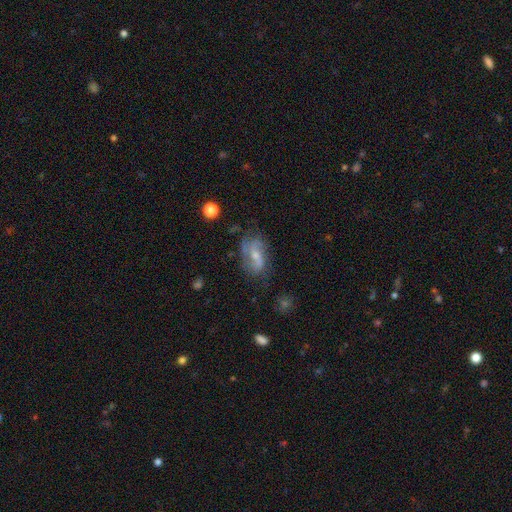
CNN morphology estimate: A featured or disk galaxy (66%) with no bar (44%), 2 (71%) loose (44%) spiral arms (84%) and a moderate central bulge (46%).

Vote fractions:
- Smooth or featured? featured or disk: 66% / smooth: 25% / star or artifact: 9%
- Edge-on disk? no: 95% / yes: 5%
- Bar? no: 44% / weak: 43% / strong: 13%
- Spiral arms? yes: 84% / no: 16%
- Spiral winding? loose: 44% / medium: 39% / tight: 17%
- Spiral arm count? 2: 71% / can't tell: 15% / 3: 5% / 1: 5% / 4: 2% / more than 4: 2%
- Bulge size? moderate: 46% / small: 45% / none: 5% / large: 3% / dominant: 1%
- Merging? none: 58% / minor disturbance: 25% / major disturbance: 14% / merger: 3%